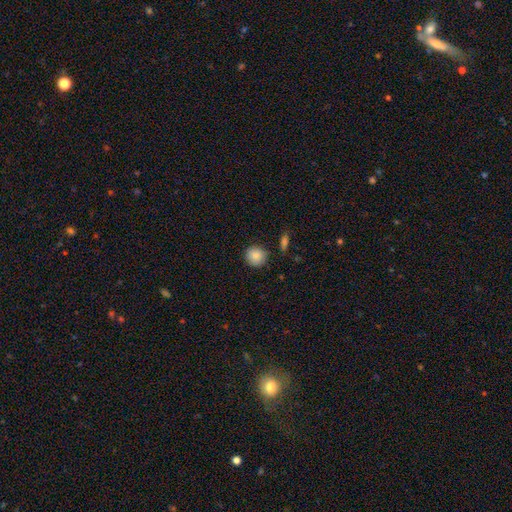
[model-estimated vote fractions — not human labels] smooth 88%, star or artifact 8%, featured or disk 5%. Down the decision tree: how rounded — round (89%); merging — none (86%).